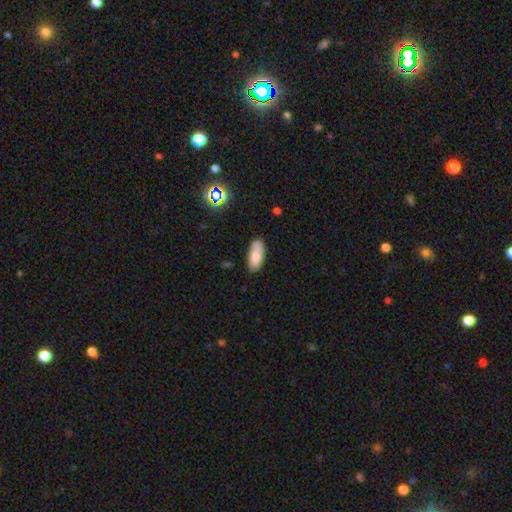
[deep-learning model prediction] Smooth or featured? smooth (81%)
How rounded? in between (86%)
Merging? none (77%)